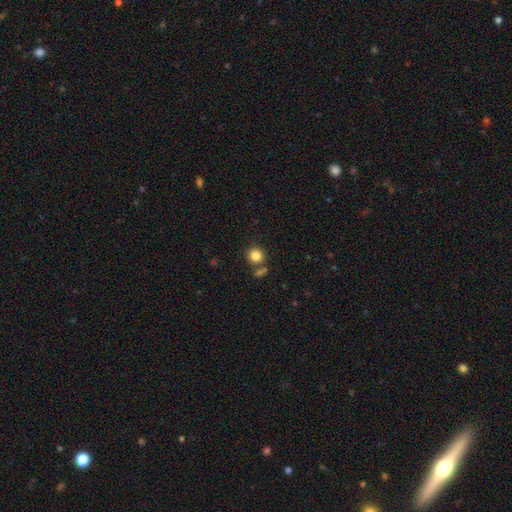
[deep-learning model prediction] Smooth or featured? Predicted: smooth (p=0.84). How rounded? Predicted: round (p=0.89). Merging? Predicted: none (p=0.74).